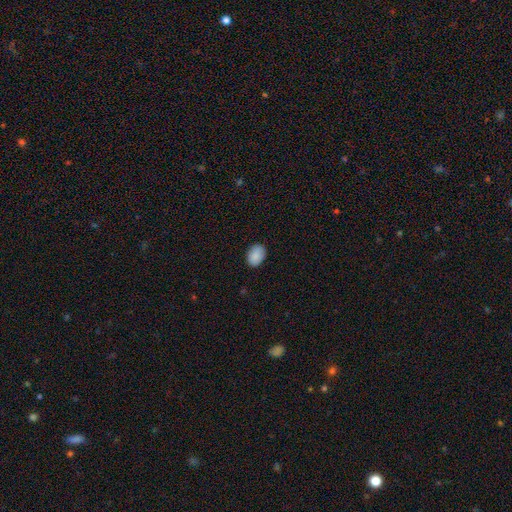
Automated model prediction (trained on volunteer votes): This appears to be a smooth galaxy with no disk features (90%) that is in between round and cigar-shaped (81%). Merging: none (87%).